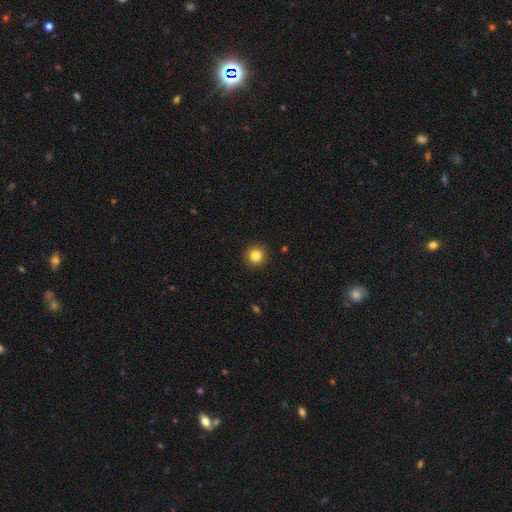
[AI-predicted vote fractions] smooth 83%, star or artifact 11%, featured or disk 6%. Down the decision tree: how rounded — round (95%); merging — none (93%).